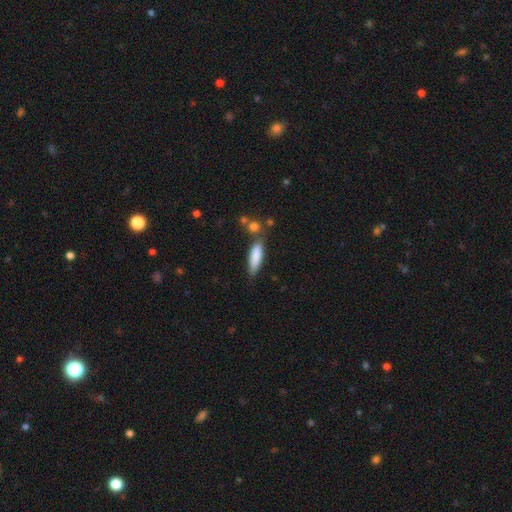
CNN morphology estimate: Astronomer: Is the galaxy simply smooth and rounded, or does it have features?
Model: smooth — 83%.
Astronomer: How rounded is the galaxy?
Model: cigar-shaped — 59% (runner-up: in between, 39%).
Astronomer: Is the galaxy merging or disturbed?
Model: none — 65%.